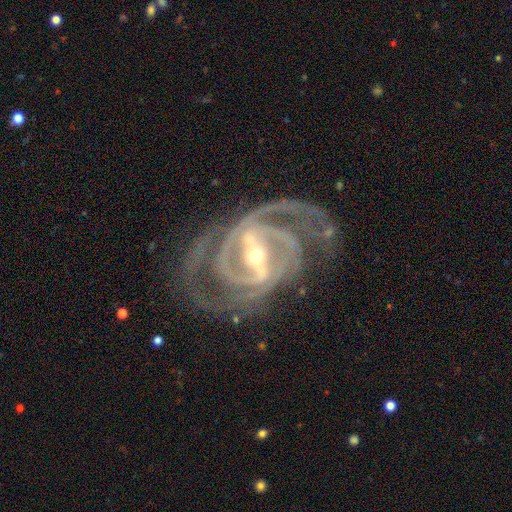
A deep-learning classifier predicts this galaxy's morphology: type=featured or disk (93%); edge-on=no (97%); bar=strong (75%); spiral arms=yes (98%); winding=tight (48%); arm count=2 (40%); bulge=small (60%); merging=none (67%).